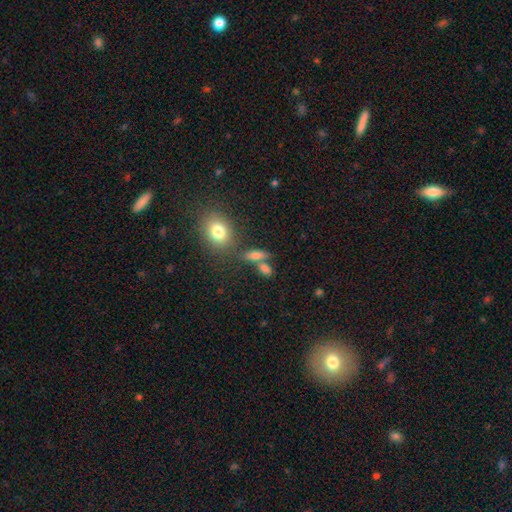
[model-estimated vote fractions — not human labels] Smooth or featured: smooth — 71% (featured or disk — 16%)
How rounded: in between — 56% (cigar-shaped — 31%)
Merging: none — 55% (merger — 27%)